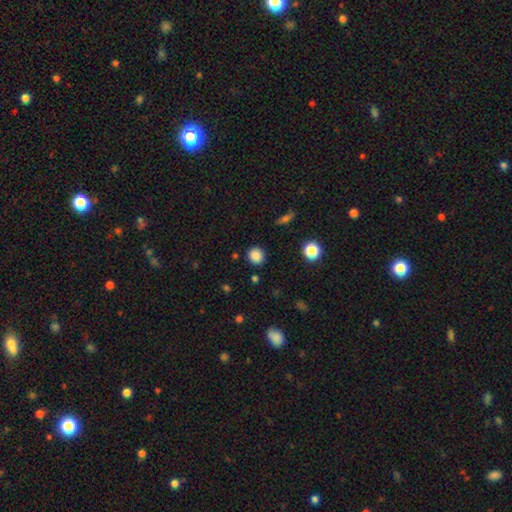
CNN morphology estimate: This appears to be a smooth galaxy with no disk features (85%) that is round (88%). Merging: none (88%).